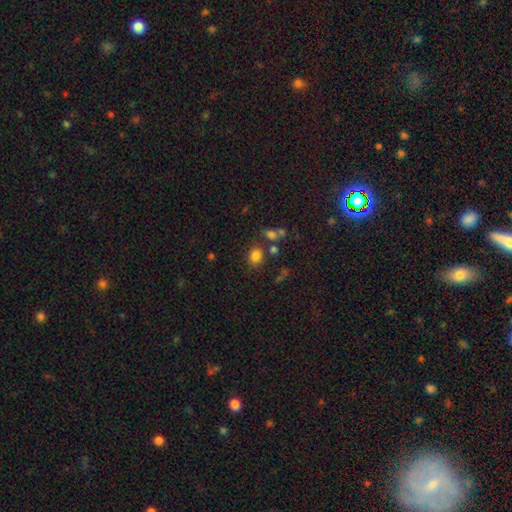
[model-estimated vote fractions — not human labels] Morphology: type=smooth (80%); roundness=round (55%); merging=none (73%).